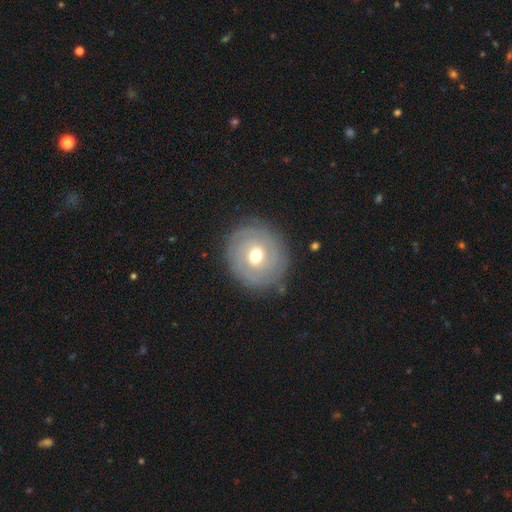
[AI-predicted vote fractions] Overall: featured or disk (67%). Edge-on disk: no (97%). Bar: no (64%; weak 28%). Spiral arms: yes (77%). Bulge size: moderate (75%). Merging: none (84%).